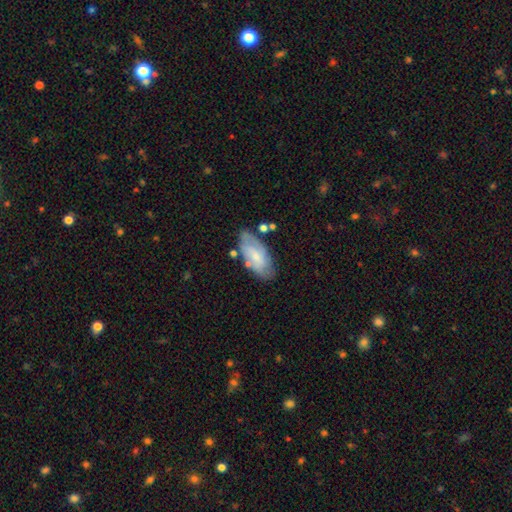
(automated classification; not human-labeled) Smooth or featured?
  - smooth: 54% *
  - featured or disk: 39%
  - star or artifact: 7%
How rounded?
  - in between: 90% *
  - cigar-shaped: 8%
  - round: 2%
Merging?
  - none: 64% *
  - minor disturbance: 22%
  - merger: 7%
  - major disturbance: 6%